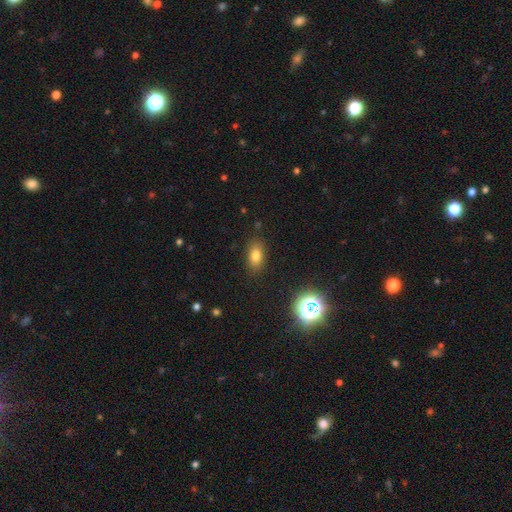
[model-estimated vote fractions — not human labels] smooth-or-featured: smooth: 77% | star or artifact: 13% | featured or disk: 10%
  how-rounded: in between: 85% | round: 10% | cigar-shaped: 5%
  merging: none: 86% | minor disturbance: 10% | major disturbance: 3% | merger: 2%